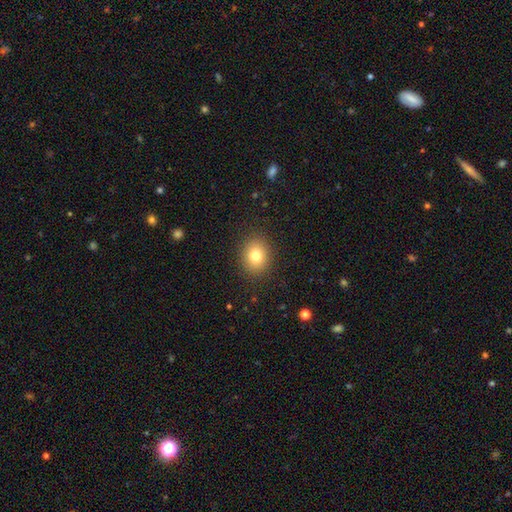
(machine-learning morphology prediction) type=smooth (80%); roundness=round (60%); merging=none (89%).